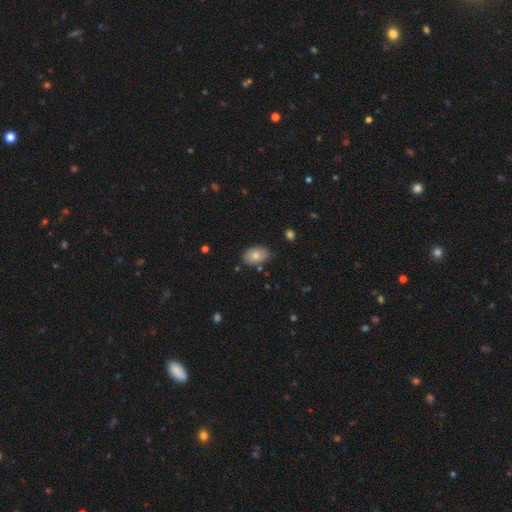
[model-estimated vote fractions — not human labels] The model was most divided on "merging": none: 82%, minor disturbance: 13%, major disturbance: 2%, merger: 2%. More confident: how rounded — in between (89%); smooth or featured — smooth (81%).